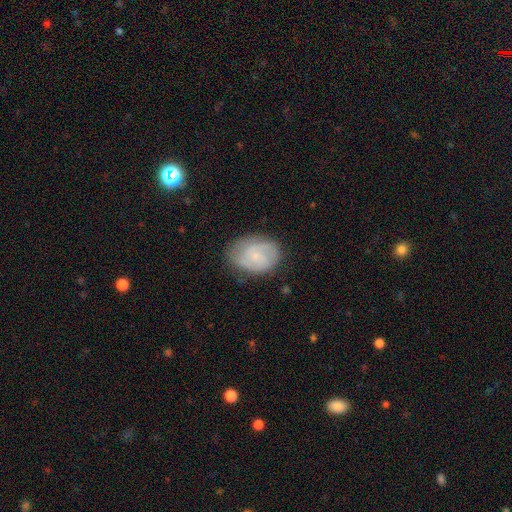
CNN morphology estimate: smooth-or-featured: featured or disk: 57% | smooth: 36% | star or artifact: 7%
  disk-edge-on: no: 97% | yes: 3%
    bar: no: 63% | weak: 33% | strong: 4%
    has-spiral-arms: yes: 87% | no: 13%
    bulge-size: small: 73% | moderate: 16% | none: 9% | large: 1% | dominant: 1%
  merging: none: 72% | minor disturbance: 21% | major disturbance: 6% | merger: 1%